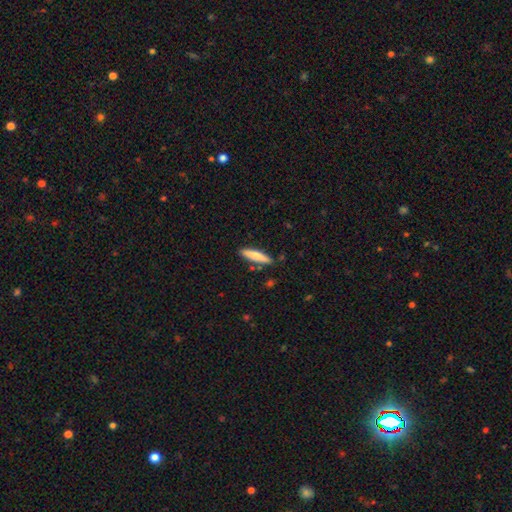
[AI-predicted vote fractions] smooth-or-featured: smooth: 74% | featured or disk: 20% | star or artifact: 5%
  how-rounded: cigar-shaped: 81% | in between: 17% | round: 1%
  merging: none: 85% | minor disturbance: 10% | merger: 3% | major disturbance: 2%